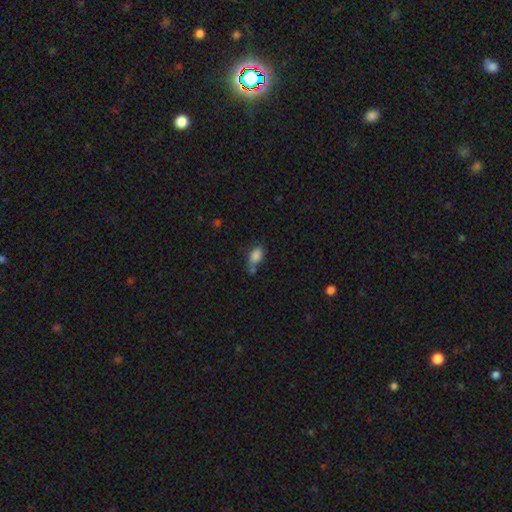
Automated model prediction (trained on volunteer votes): Smooth or featured: smooth — 83% (star or artifact — 10%)
How rounded: in between — 86% (round — 11%)
Merging: none — 41% (merger — 25%)